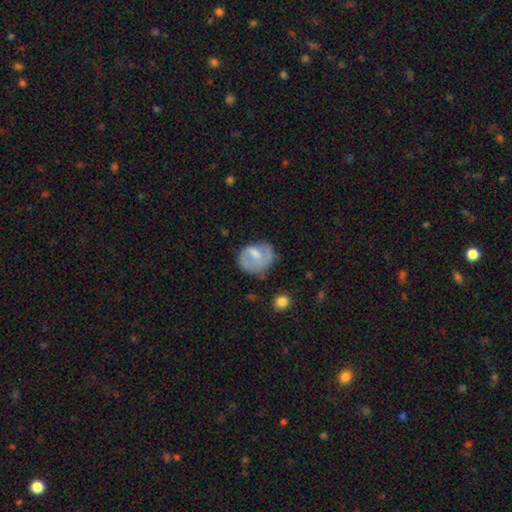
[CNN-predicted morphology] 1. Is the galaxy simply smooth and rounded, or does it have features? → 56% smooth, 37% featured or disk, 8% star or artifact.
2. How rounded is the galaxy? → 56% round, 43% in between, 1% cigar-shaped.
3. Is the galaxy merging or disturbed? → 46% none, 29% minor disturbance, 22% major disturbance, 3% merger.